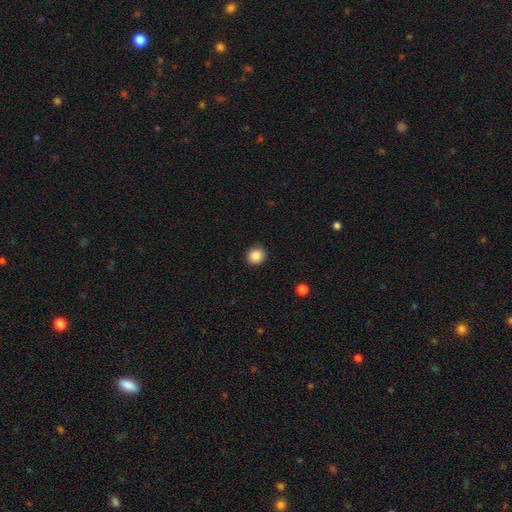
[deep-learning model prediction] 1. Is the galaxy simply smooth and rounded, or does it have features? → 87% smooth, 9% star or artifact, 4% featured or disk.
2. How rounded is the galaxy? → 88% round, 11% in between, 1% cigar-shaped.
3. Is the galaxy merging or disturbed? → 92% none, 6% minor disturbance, 2% major disturbance, 1% merger.